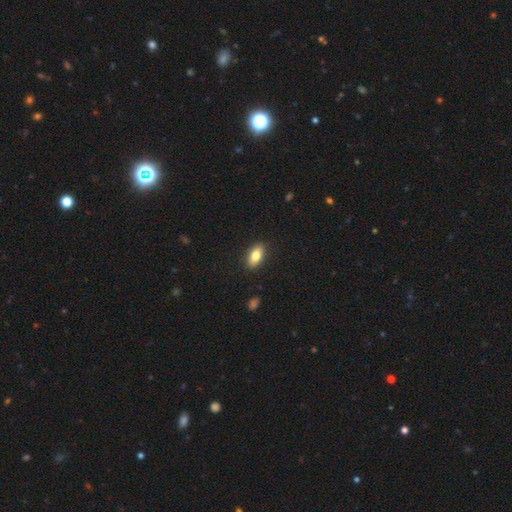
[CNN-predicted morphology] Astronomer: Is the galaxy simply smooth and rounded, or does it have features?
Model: smooth — 79%.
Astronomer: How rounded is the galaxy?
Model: in between — 85%.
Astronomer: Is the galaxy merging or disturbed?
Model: none — 89%.